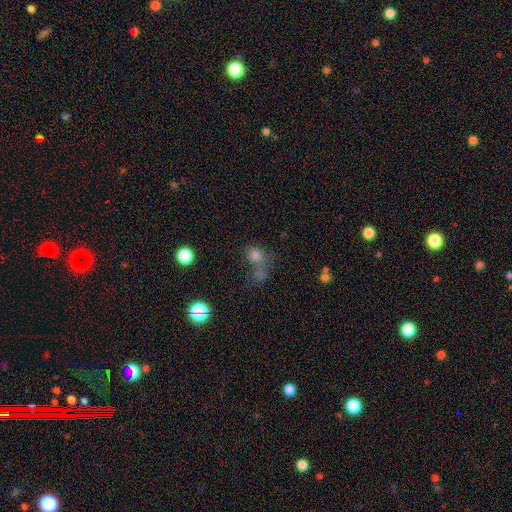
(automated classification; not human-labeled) This appears to be a smooth galaxy with no disk features (74%) that is round (73%). Merging: none (42%).